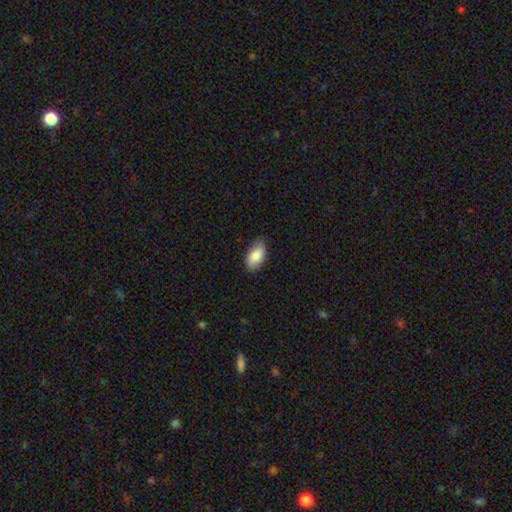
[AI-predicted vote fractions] smooth 84%, featured or disk 10%, star or artifact 6%. Down the decision tree: how rounded — in between (94%); merging — none (74%).